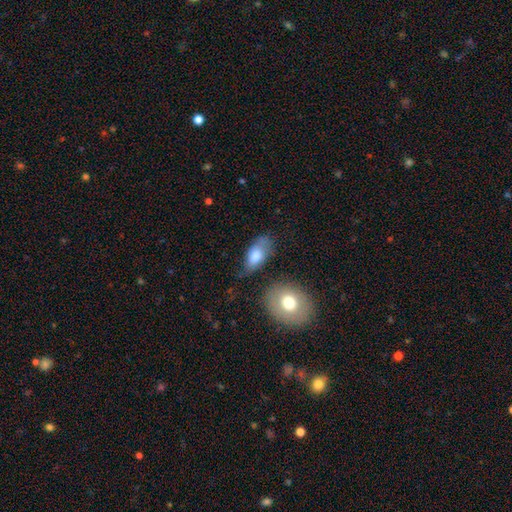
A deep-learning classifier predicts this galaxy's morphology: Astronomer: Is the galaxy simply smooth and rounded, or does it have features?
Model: smooth — 74%.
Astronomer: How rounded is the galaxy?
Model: in between — 91%.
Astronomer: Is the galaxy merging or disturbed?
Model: none — 50% (runner-up: minor disturbance, 31%).